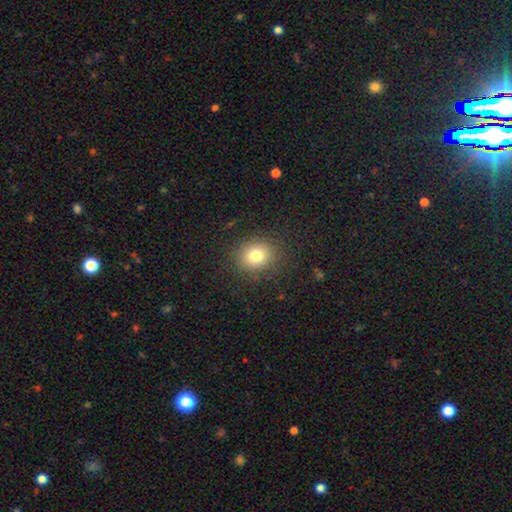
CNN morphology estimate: This is likely a smooth galaxy (79%). How rounded: likely round (67%). Merging: clearly none (87%).